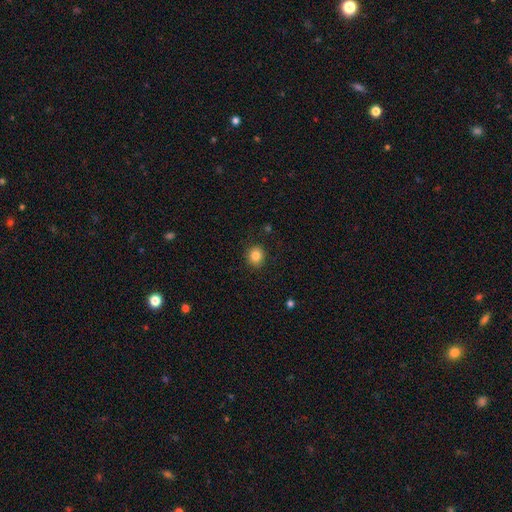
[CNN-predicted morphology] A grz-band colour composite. It shows a smooth galaxy with no disk features (84%) that is round (83%). Merging: none (89%).